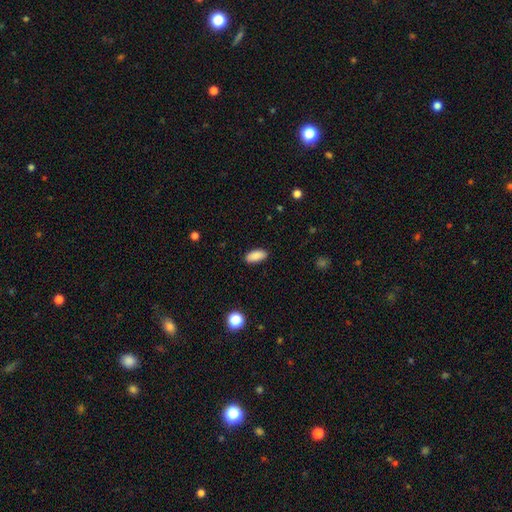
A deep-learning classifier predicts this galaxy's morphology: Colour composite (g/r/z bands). It shows a smooth galaxy with no disk features (88%) that is in between round and cigar-shaped (89%). Merging: none (88%).